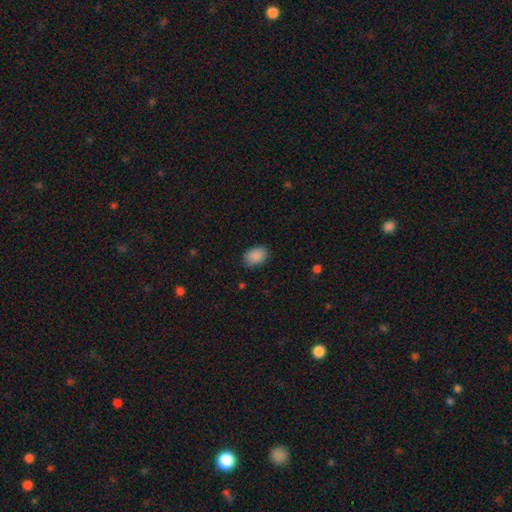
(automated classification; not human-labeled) smooth-or-featured: smooth: 89% | star or artifact: 8% | featured or disk: 3%
  how-rounded: in between: 81% | round: 18% | cigar-shaped: 1%
  merging: none: 82% | minor disturbance: 14% | major disturbance: 3% | merger: 1%